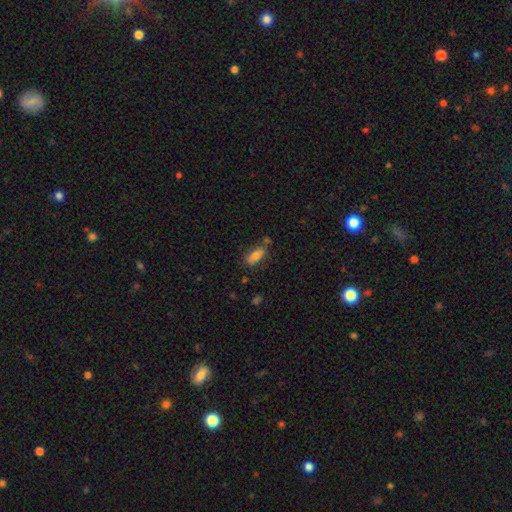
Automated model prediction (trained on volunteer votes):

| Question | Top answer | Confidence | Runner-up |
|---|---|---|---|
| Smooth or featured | smooth | 73% | featured or disk (19%) |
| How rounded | in between | 75% | cigar-shaped (21%) |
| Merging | none | 63% | minor disturbance (19%) |